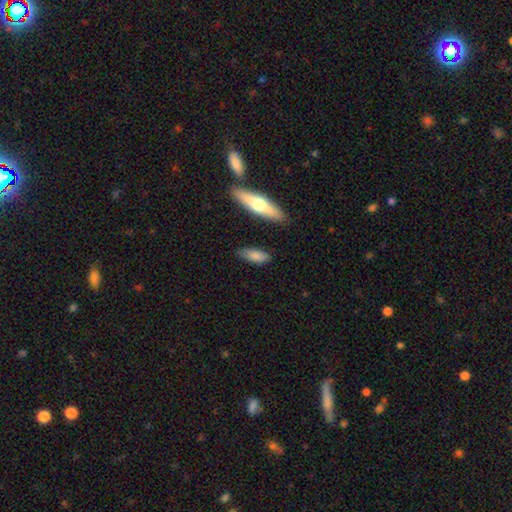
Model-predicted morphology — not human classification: type=smooth (79%); roundness=in between (64%); merging=none (78%).